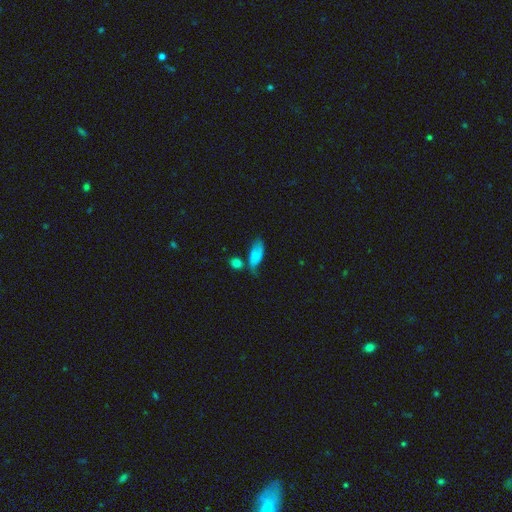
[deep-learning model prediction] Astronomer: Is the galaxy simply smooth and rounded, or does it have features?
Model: smooth — 73%.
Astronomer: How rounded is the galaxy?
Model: in between — 83%.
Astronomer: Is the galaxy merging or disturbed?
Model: none — 40% (runner-up: minor disturbance, 29%).